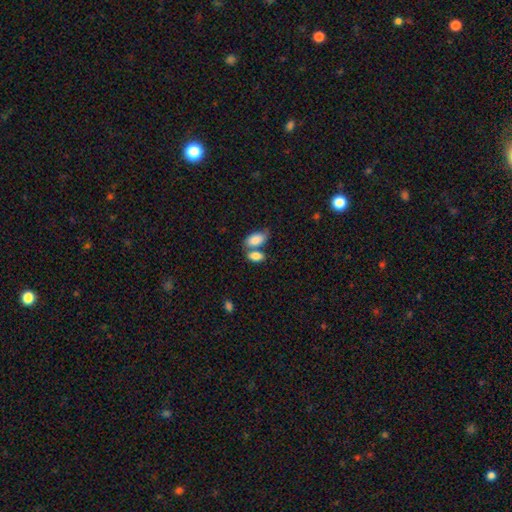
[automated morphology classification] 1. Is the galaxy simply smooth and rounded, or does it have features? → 86% smooth, 8% featured or disk, 7% star or artifact.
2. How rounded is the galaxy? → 92% in between, 5% round, 3% cigar-shaped.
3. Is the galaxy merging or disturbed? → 49% merger, 37% none, 10% minor disturbance, 4% major disturbance.